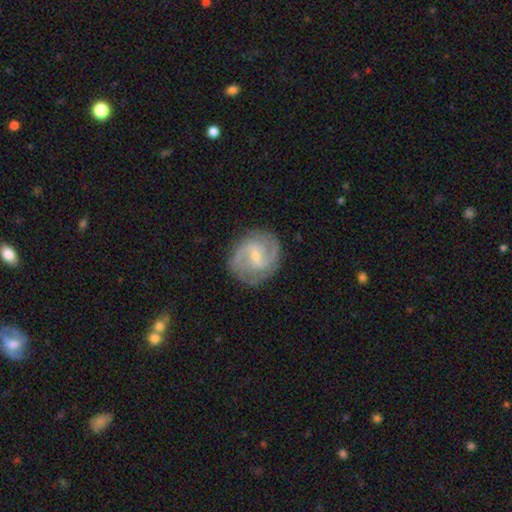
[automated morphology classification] Smooth or featured? Predicted: featured or disk (p=0.85). Edge-on disk? Predicted: no (p=0.98). Bar? Predicted: weak (p=0.56). Spiral arms? Predicted: yes (p=0.96). Spiral winding? Predicted: medium (p=0.49). Spiral arm count? Predicted: 2 (p=0.63). Bulge size? Predicted: small (p=0.65). Merging? Predicted: none (p=0.80).